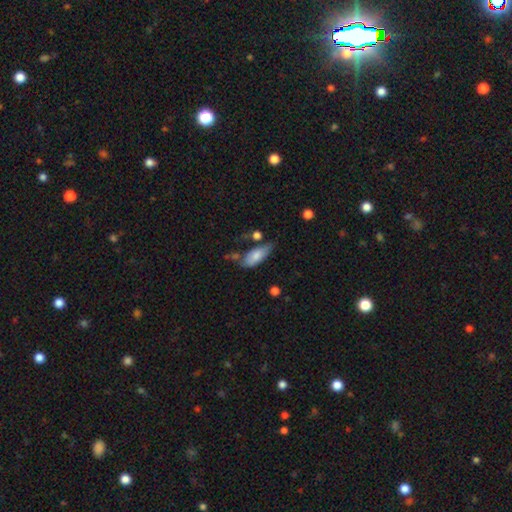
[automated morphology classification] type=smooth (75%); roundness=in between (84%); merging=none (45%).